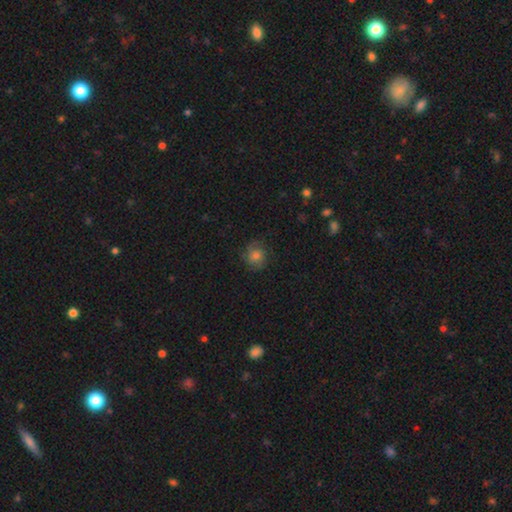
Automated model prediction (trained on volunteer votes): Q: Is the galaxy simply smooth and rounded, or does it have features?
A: smooth — 68%.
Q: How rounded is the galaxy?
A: round — 81%.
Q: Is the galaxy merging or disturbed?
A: none — 74%.